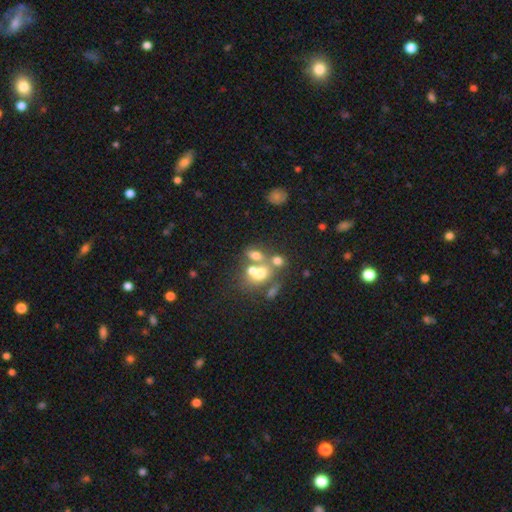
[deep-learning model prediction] A smooth galaxy with no disk features (58%) that is in between round and cigar-shaped (55%). Merging: merger (52%).